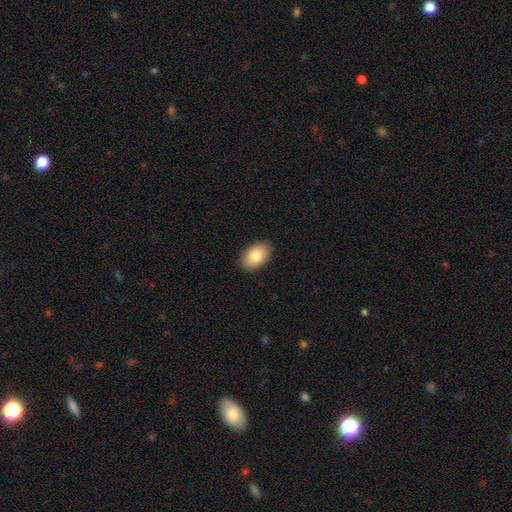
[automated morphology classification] type=smooth (82%); roundness=in between (91%); merging=none (90%).